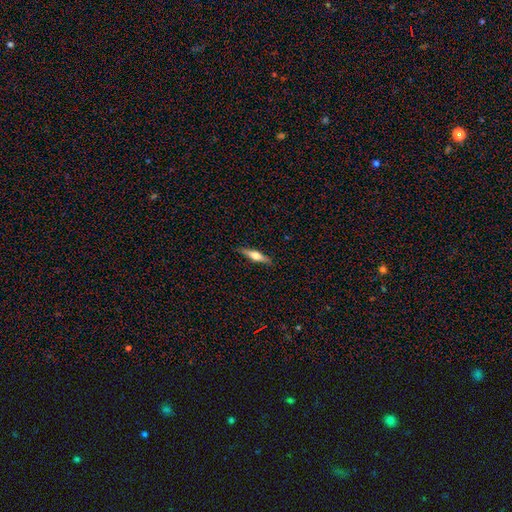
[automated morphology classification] Smooth or featured?
  - featured or disk: 52% *
  - smooth: 42%
  - star or artifact: 6%
Edge-on disk?
  - yes: 95% *
  - no: 5%
Merging?
  - none: 88% *
  - minor disturbance: 9%
  - major disturbance: 2%
  - merger: 1%